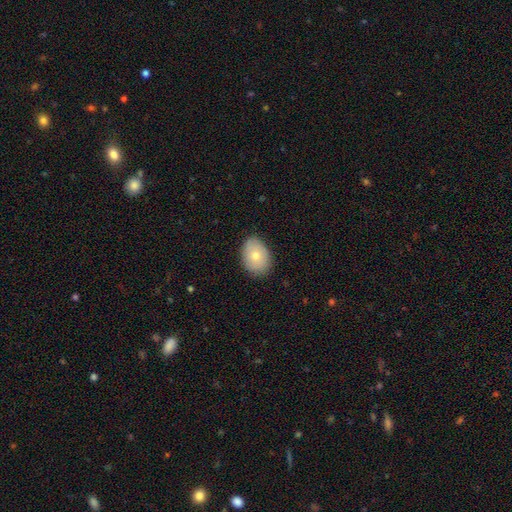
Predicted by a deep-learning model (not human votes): smooth_or_featured: smooth (p=0.73) [alt: featured or disk p=0.19]
how_rounded: in between (p=0.72) [alt: round p=0.27]
merging: none (p=0.82) [alt: minor disturbance p=0.15]